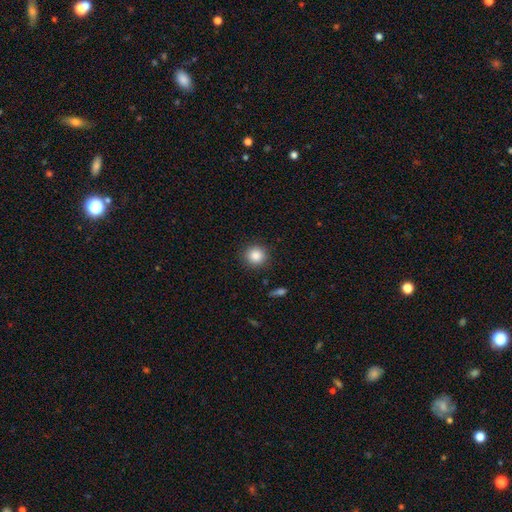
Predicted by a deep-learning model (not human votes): Smooth or featured? smooth (86%)
How rounded? round (92%)
Merging? none (89%)